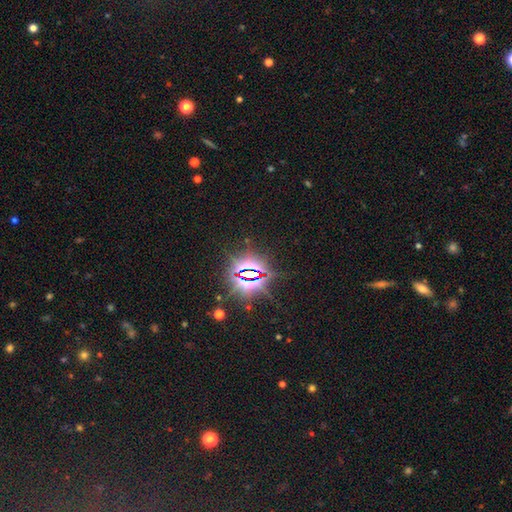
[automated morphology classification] Smooth or featured? Predicted: star or artifact (p=0.81).